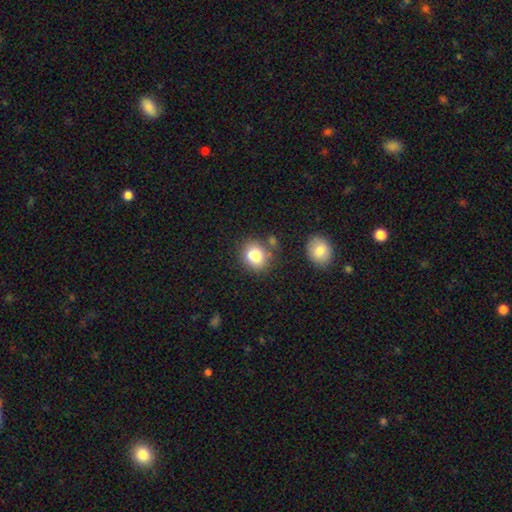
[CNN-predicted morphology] smooth-or-featured: smooth: 82% | star or artifact: 9% | featured or disk: 9%
  how-rounded: round: 63% | in between: 36% | cigar-shaped: 1%
  merging: none: 66% | minor disturbance: 17% | merger: 12% | major disturbance: 5%